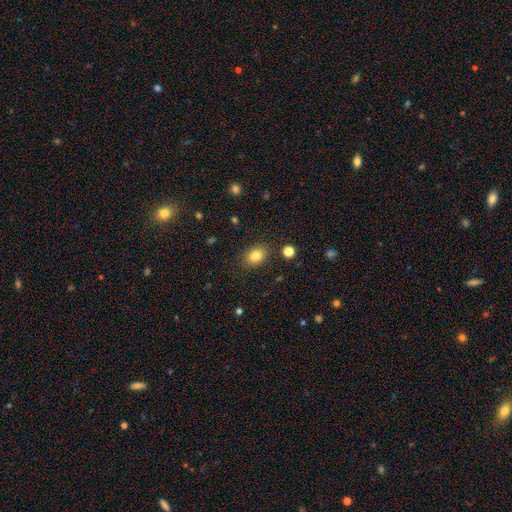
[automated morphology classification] A smooth galaxy with no disk features (81%) that is in between round and cigar-shaped (68%).

Vote fractions:
- Smooth or featured? smooth: 81% / star or artifact: 10% / featured or disk: 8%
- How rounded? in between: 68% / round: 30% / cigar-shaped: 1%
- Merging? none: 85% / minor disturbance: 11% / major disturbance: 3% / merger: 2%